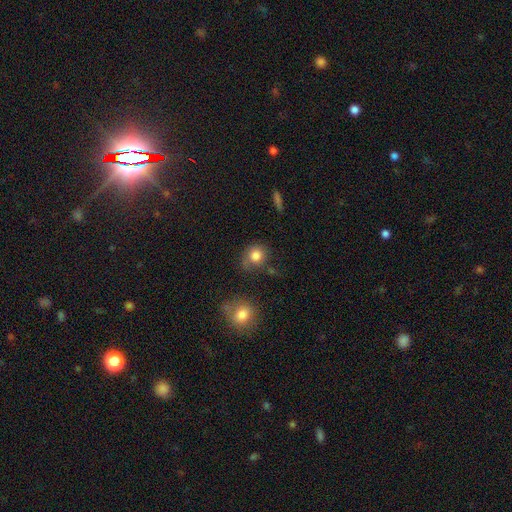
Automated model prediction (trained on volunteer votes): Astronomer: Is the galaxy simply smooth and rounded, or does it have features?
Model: smooth — 81%.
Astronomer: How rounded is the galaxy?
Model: round — 77%.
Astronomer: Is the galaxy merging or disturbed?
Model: none — 62%.